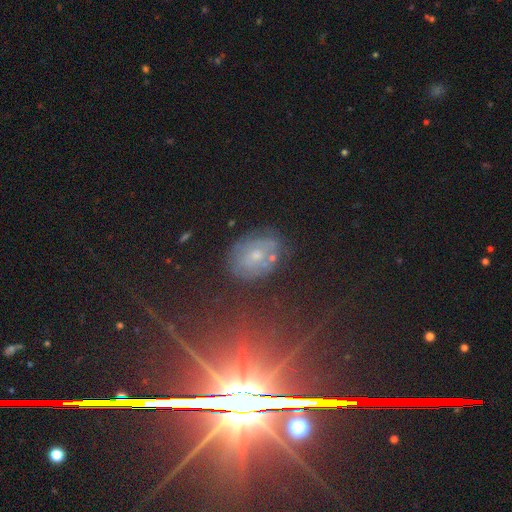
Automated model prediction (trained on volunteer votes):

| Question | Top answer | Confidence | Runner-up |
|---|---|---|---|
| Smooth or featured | featured or disk | 42% | star or artifact (29%) |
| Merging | none | 77% | minor disturbance (15%) |